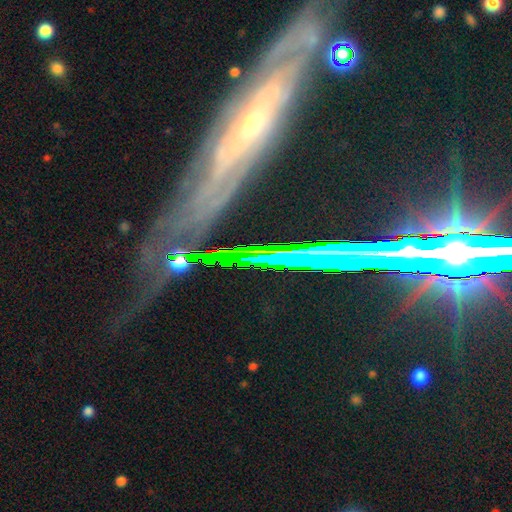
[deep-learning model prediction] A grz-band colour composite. It shows a star or artifact, not a galaxy (44%).